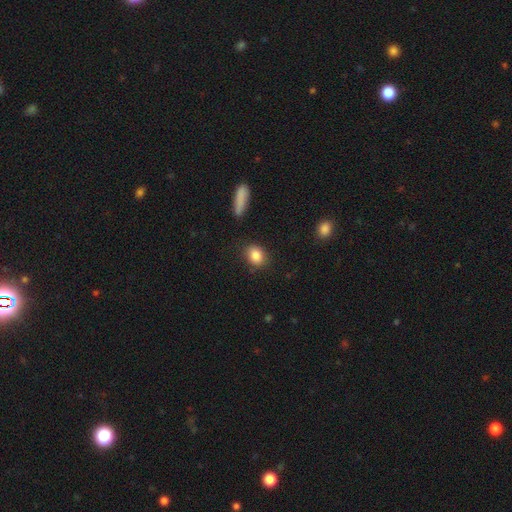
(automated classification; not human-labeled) A smooth galaxy with no disk features (85%) that is in between round and cigar-shaped (50%). Merging: none (85%).